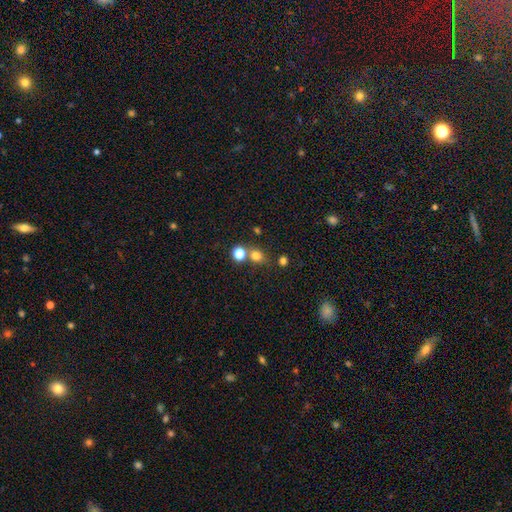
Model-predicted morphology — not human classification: Smooth or featured: smooth — 75% (star or artifact — 17%)
How rounded: round — 74% (in between — 25%)
Merging: none — 63% (merger — 24%)